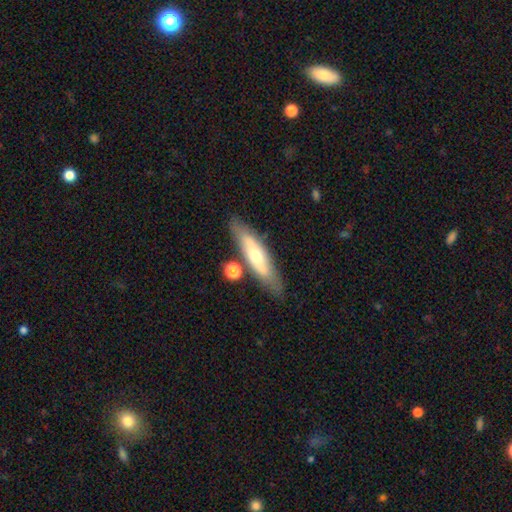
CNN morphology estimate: Q: Smooth or featured?
A: featured or disk (49%); runner-up: smooth (45%)
Q: Merging?
A: none (75%); runner-up: minor disturbance (13%)